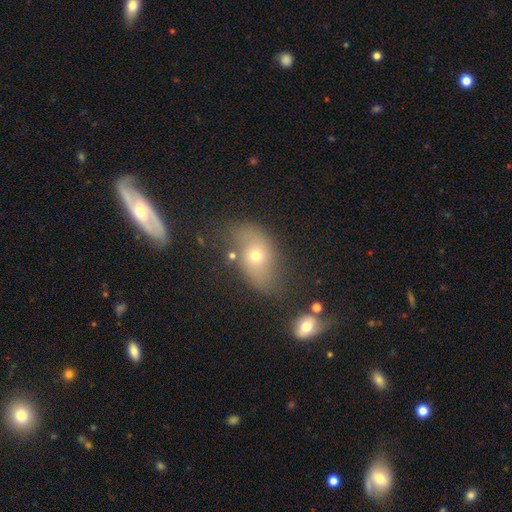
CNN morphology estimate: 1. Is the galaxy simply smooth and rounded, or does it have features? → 47% smooth, 38% featured or disk, 15% star or artifact.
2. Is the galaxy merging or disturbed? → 59% none, 20% minor disturbance, 11% major disturbance, 11% merger.